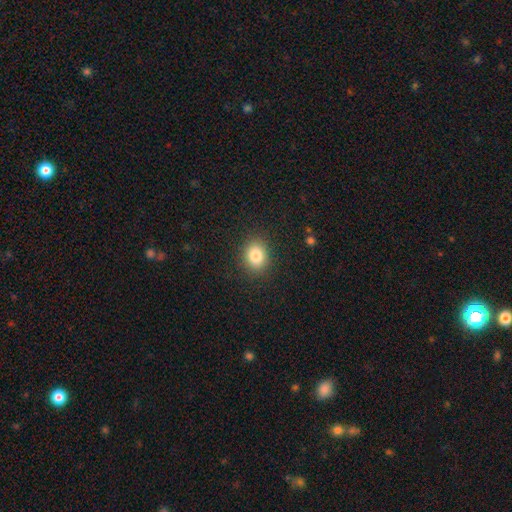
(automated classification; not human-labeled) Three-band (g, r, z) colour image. It shows a smooth galaxy with no disk features (83%) that is round (55%). Merging: none (88%).